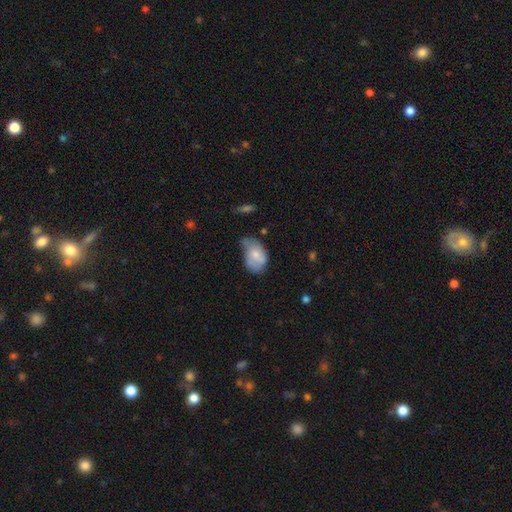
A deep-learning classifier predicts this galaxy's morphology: type=smooth (64%); roundness=in between (84%); merging=minor disturbance (42%).